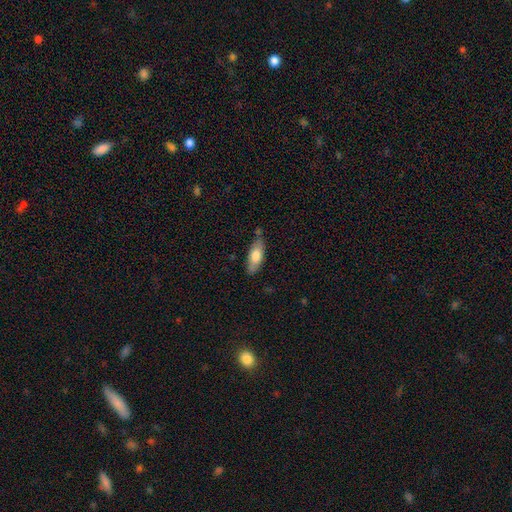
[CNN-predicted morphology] This is likely a smooth galaxy (71%). How rounded: likely in between (72%). Merging: likely none (71%).